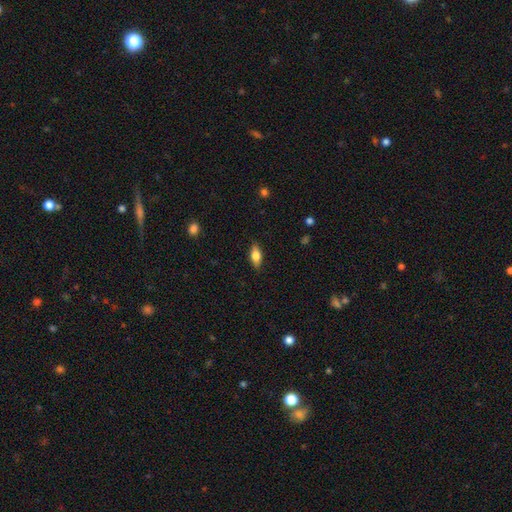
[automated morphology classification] This is likely a smooth galaxy (73%). How rounded: clearly in between (81%). Merging: clearly none (87%).